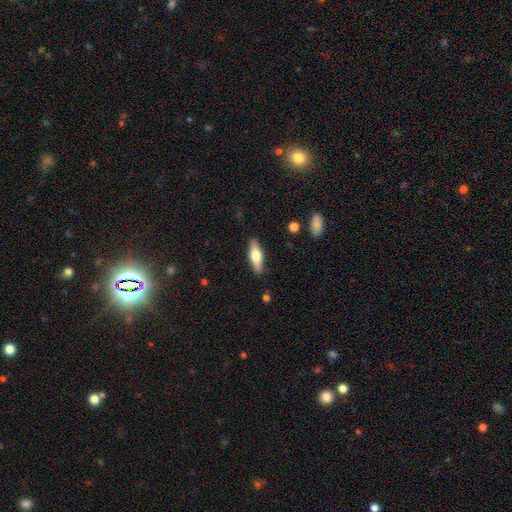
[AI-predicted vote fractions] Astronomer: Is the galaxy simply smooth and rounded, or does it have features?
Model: smooth — 60%.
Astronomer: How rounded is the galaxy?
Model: in between — 55% (runner-up: cigar-shaped, 42%).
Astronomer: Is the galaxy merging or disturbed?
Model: none — 88%.